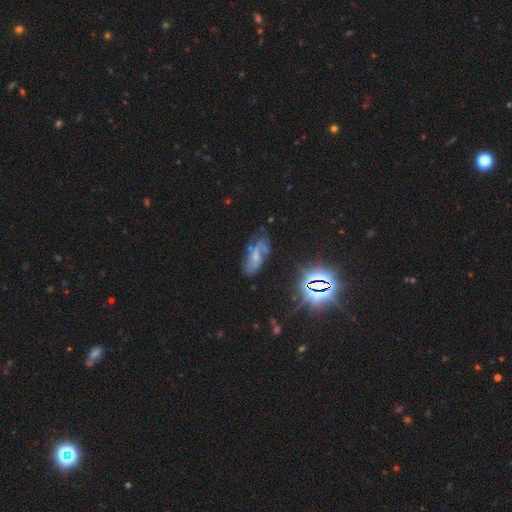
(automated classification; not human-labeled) Smooth or featured: featured or disk — 55% (star or artifact — 23%)
Edge-on disk: no — 91% (yes — 9%)
Bar: no — 47% (weak — 39%)
Spiral arms: yes — 78% (no — 22%)
Bulge size: small — 41% (none — 29%)
Merging: none — 48% (minor disturbance — 25%)